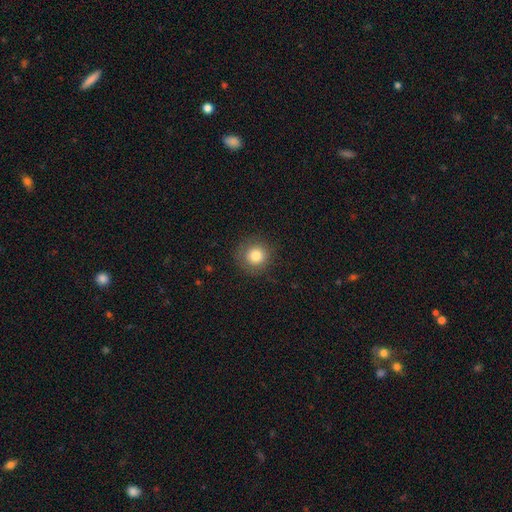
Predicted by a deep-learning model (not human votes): Smooth or featured?
  - smooth: 81% *
  - star or artifact: 11%
  - featured or disk: 9%
How rounded?
  - round: 94% *
  - in between: 5%
  - cigar-shaped: 1%
Merging?
  - none: 86% *
  - minor disturbance: 9%
  - major disturbance: 4%
  - merger: 1%